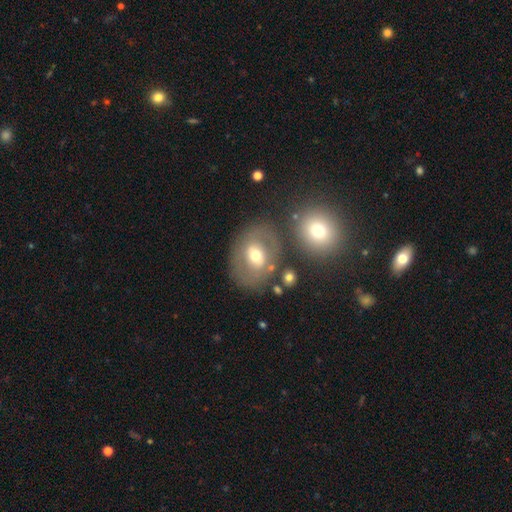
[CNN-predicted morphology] Q: Smooth or featured?
A: smooth (48%); runner-up: featured or disk (43%)
Q: Merging?
A: none (70%); runner-up: minor disturbance (14%)